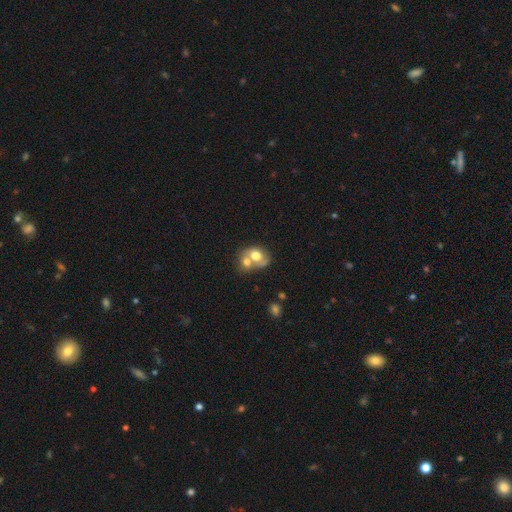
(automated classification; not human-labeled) Overall: smooth (64%; featured or disk 28%). How rounded: in between (50%; round 49%). Merging: merger (70%).